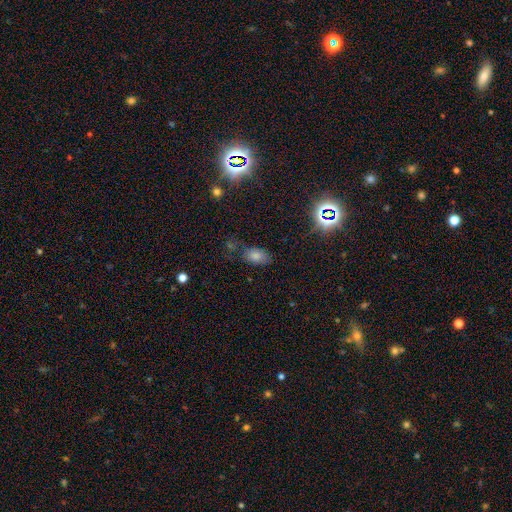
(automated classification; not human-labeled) Smooth or featured? Predicted: smooth (p=0.75). How rounded? Predicted: in between (p=0.90). Merging? Predicted: none (p=0.67).